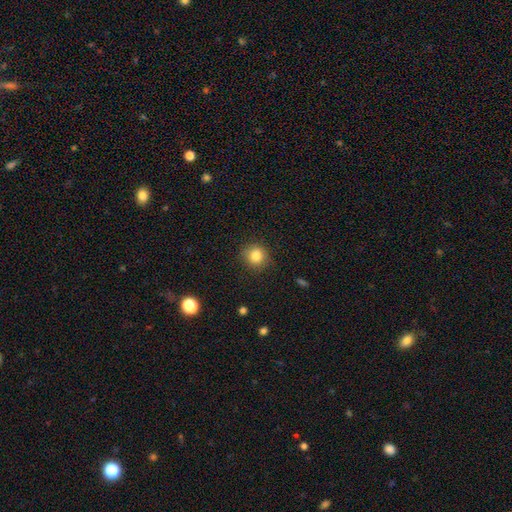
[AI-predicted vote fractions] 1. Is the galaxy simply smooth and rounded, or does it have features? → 84% smooth, 10% star or artifact, 5% featured or disk.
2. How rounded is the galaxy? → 86% round, 13% in between, 1% cigar-shaped.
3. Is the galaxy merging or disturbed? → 86% none, 10% minor disturbance, 3% major disturbance, 1% merger.